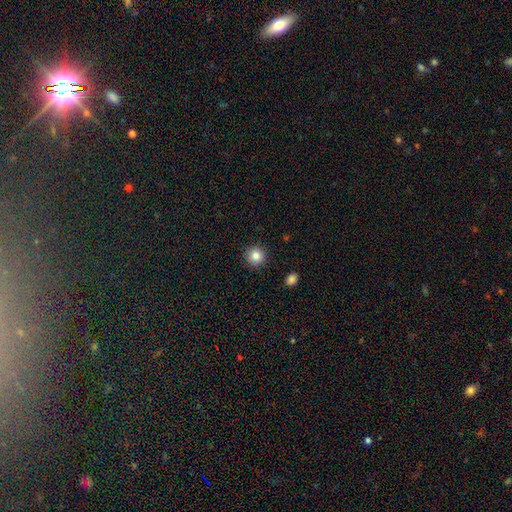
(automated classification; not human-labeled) This appears to be a smooth galaxy with no disk features (85%) that is round (95%). Merging: none (92%).